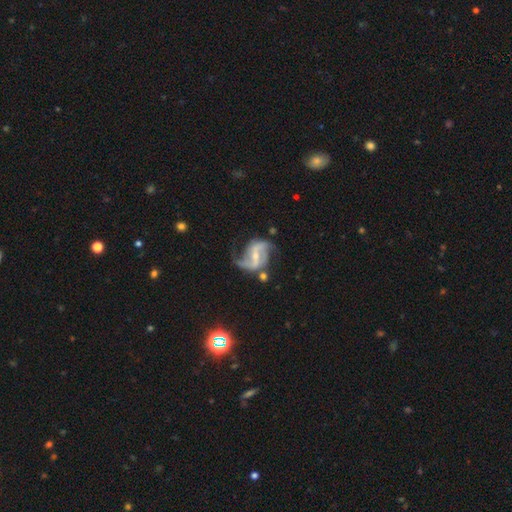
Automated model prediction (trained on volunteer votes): smooth_or_featured: featured or disk (p=0.89) [alt: smooth p=0.06]
disk_edge_on: no (p=0.97) [alt: yes p=0.03]
bar: strong (p=0.47) [alt: weak p=0.38]
has_spiral_arms: yes (p=0.96) [alt: no p=0.04]
spiral_winding: loose (p=0.53) [alt: medium p=0.38]
spiral_arm_count: 2 (p=0.89) [alt: can't tell p=0.03]
bulge_size: small (p=0.56) [alt: moderate p=0.38]
merging: none (p=0.61) [alt: minor disturbance p=0.21]